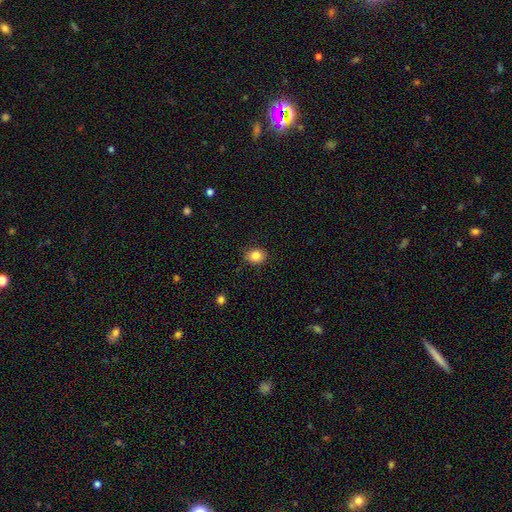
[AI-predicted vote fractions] Q: Smooth or featured?
A: smooth (84%); runner-up: star or artifact (10%)
Q: How rounded?
A: round (61%); runner-up: in between (38%)
Q: Merging?
A: none (85%); runner-up: minor disturbance (11%)